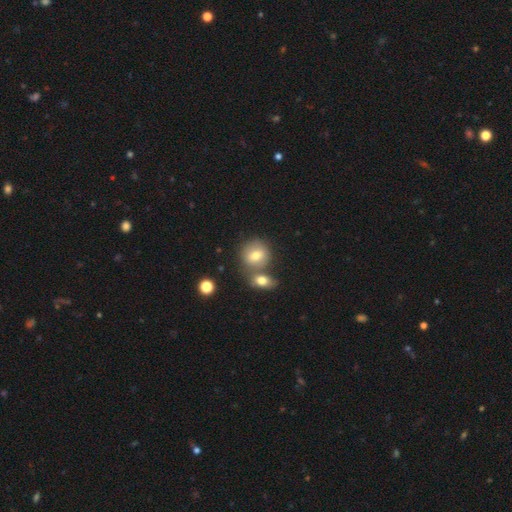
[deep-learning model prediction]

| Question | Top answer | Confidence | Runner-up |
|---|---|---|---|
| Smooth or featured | smooth | 71% | featured or disk (19%) |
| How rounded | round | 77% | in between (22%) |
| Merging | none | 52% | merger (36%) |